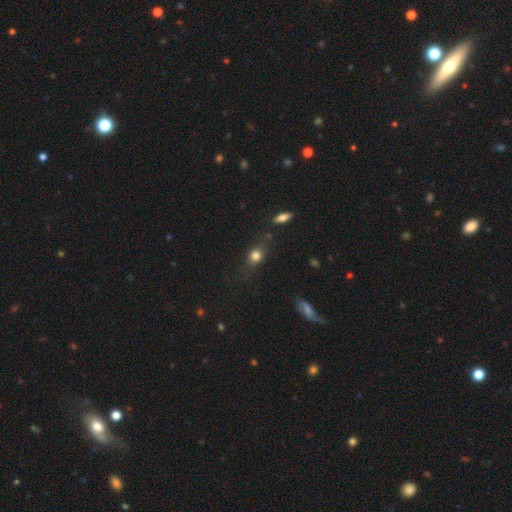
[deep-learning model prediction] Smooth or featured? smooth (79%)
How rounded? round (57%)
Merging? none (71%)